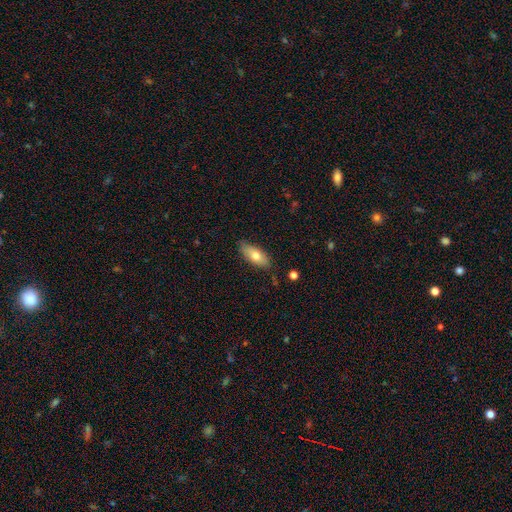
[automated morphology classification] type=smooth (70%); roundness=in between (81%); merging=none (78%).